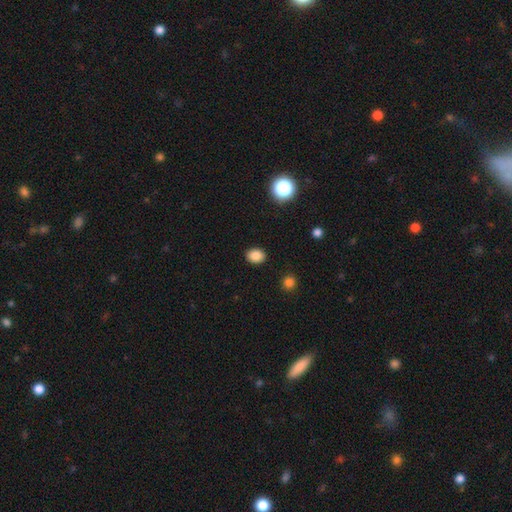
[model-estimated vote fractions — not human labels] Q: Smooth or featured?
A: smooth (85%); runner-up: star or artifact (11%)
Q: How rounded?
A: in between (55%); runner-up: round (44%)
Q: Merging?
A: none (90%); runner-up: minor disturbance (7%)